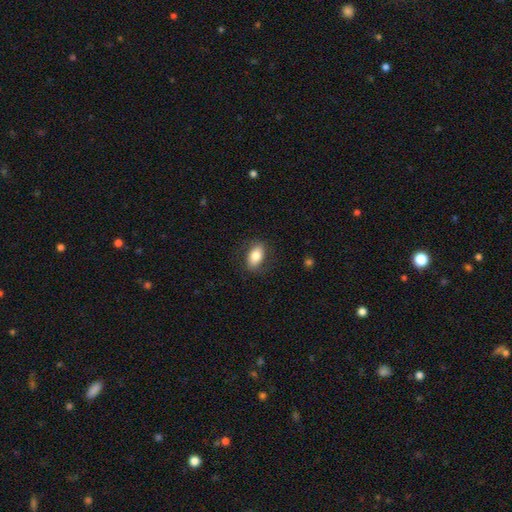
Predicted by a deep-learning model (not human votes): Smooth or featured? Predicted: smooth (p=0.79). How rounded? Predicted: in between (p=0.89). Merging? Predicted: none (p=0.80).